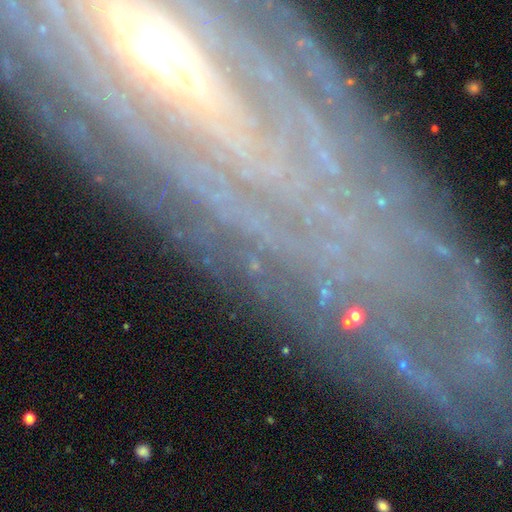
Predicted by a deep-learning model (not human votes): Overall: featured or disk (60%; star or artifact 26%). Edge-on disk: no (79%). Merging: none (74%).